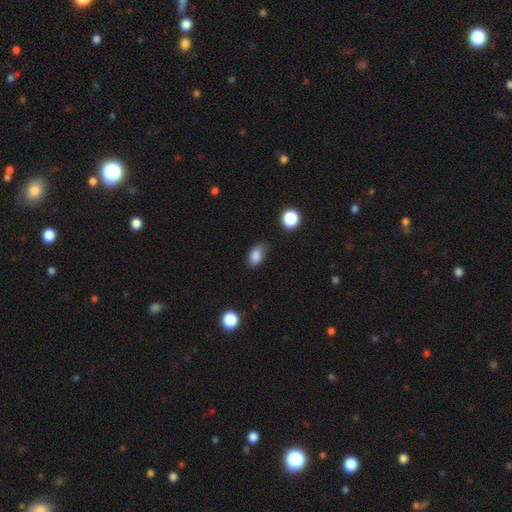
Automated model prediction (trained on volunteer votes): Smooth or featured: smooth — 85% (star or artifact — 9%)
How rounded: in between — 88% (round — 10%)
Merging: none — 68% (minor disturbance — 25%)